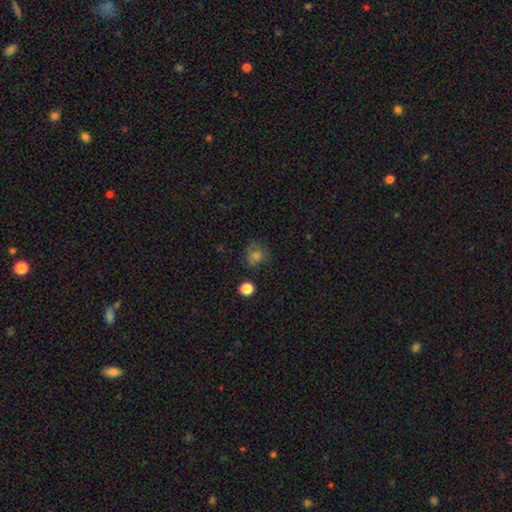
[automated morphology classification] This appears to be a smooth galaxy with no disk features (68%) that is round (74%). Merging: none (64%).